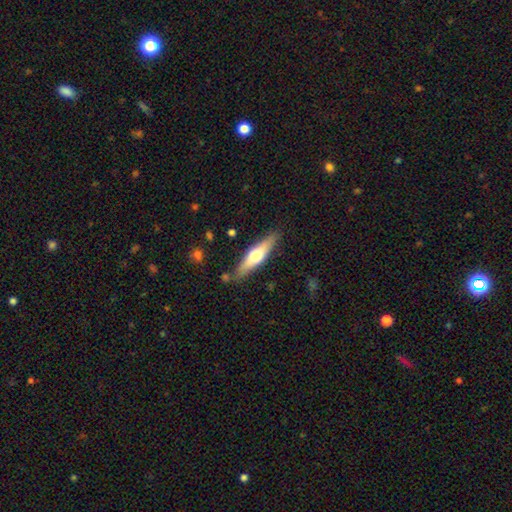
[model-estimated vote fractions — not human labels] Morphology: type=featured or disk (49%); merging=none (85%).